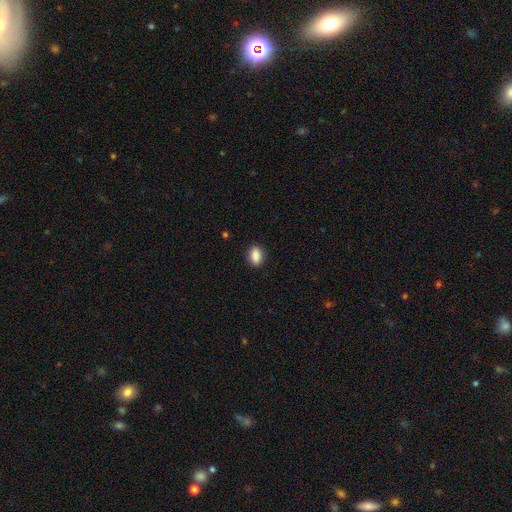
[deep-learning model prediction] smooth_or_featured: smooth (p=0.89) [alt: star or artifact p=0.08]
how_rounded: in between (p=0.84) [alt: round p=0.14]
merging: none (p=0.89) [alt: minor disturbance p=0.08]